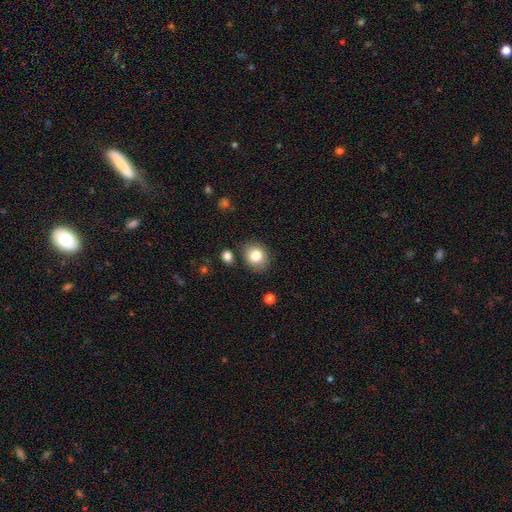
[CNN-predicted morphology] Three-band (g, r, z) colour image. It shows a smooth galaxy with no disk features (82%) that is round (66%). Merging: none (81%).